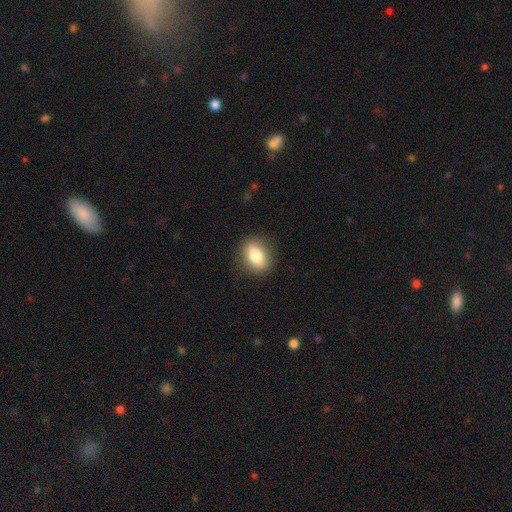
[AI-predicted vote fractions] Overall: smooth (74%). How rounded: in between (69%). Merging: none (87%).